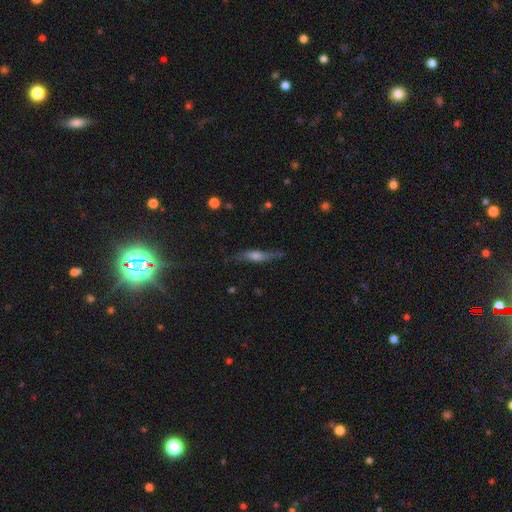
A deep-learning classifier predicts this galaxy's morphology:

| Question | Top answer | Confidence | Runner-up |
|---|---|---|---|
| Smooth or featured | featured or disk | 59% | smooth (32%) |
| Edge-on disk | yes | 91% | no (9%) |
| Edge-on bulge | rounded | 79% | boxy (13%) |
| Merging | none | 73% | minor disturbance (19%) |